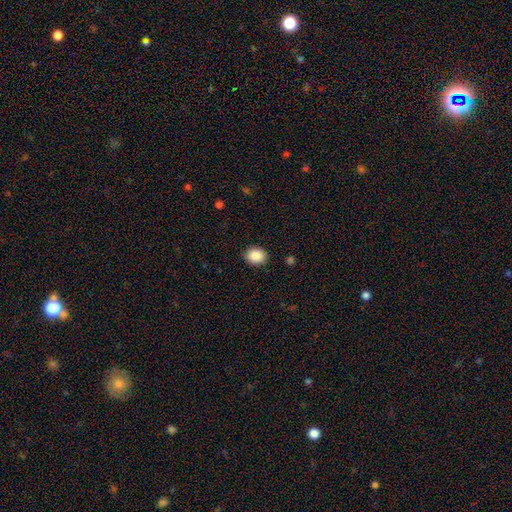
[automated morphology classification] Smooth or featured: smooth — 87% (star or artifact — 8%)
How rounded: round — 55% (in between — 45%)
Merging: none — 90% (minor disturbance — 7%)